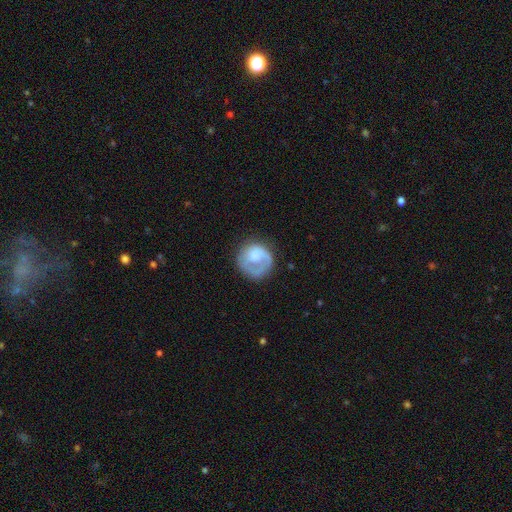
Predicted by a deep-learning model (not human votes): Morphology: type=smooth (52%); roundness=round (85%); merging=none (55%).